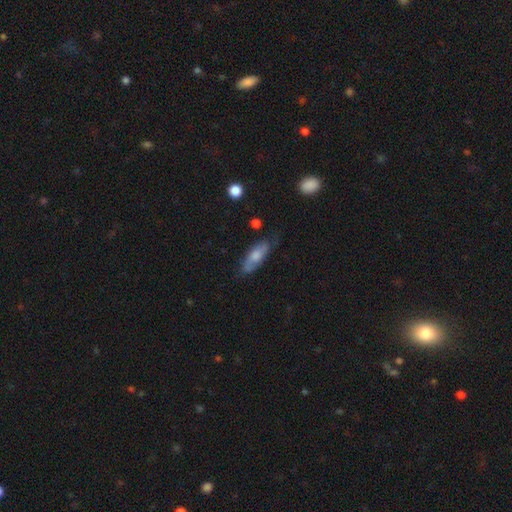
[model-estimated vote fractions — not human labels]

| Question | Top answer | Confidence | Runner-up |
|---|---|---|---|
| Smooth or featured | smooth | 59% | featured or disk (35%) |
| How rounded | in between | 64% | cigar-shaped (33%) |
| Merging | none | 66% | minor disturbance (25%) |